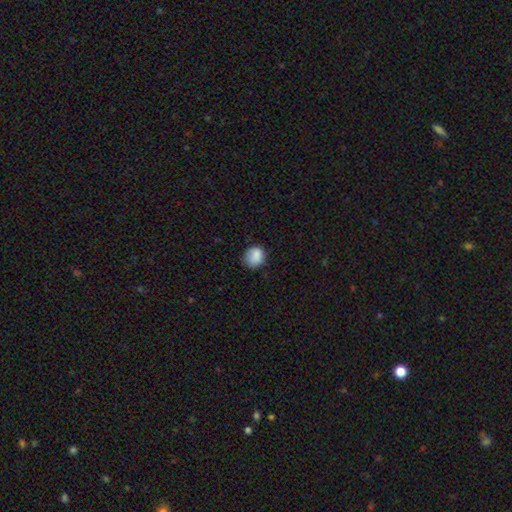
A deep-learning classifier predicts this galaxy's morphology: smooth 86%, star or artifact 9%, featured or disk 6%. Down the decision tree: how rounded — round (79%); merging — none (75%).